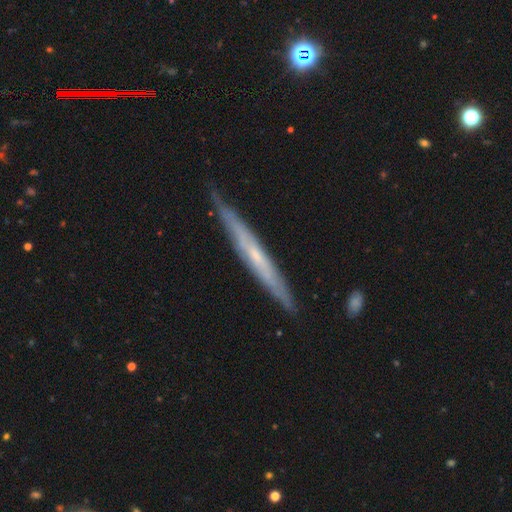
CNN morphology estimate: Smooth or featured? Predicted: featured or disk (p=0.66). Edge-on disk? Predicted: yes (p=0.91). Edge-on bulge? Predicted: none (p=0.65). Merging? Predicted: none (p=0.81).